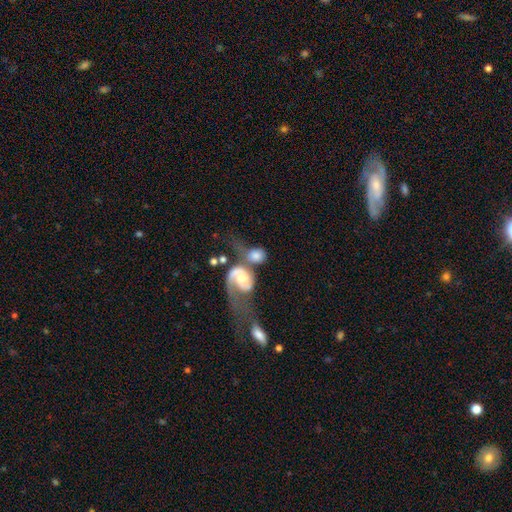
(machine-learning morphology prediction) smooth_or_featured: featured or disk (p=0.54) [alt: smooth p=0.39]
disk_edge_on: no (p=0.95) [alt: yes p=0.05]
bar: no (p=0.57) [alt: weak p=0.33]
has_spiral_arms: yes (p=0.84) [alt: no p=0.16]
bulge_size: moderate (p=0.54) [alt: small p=0.23]
merging: merger (p=0.61) [alt: none p=0.18]